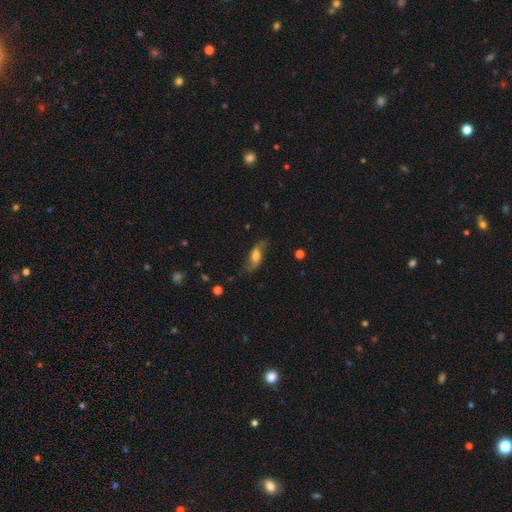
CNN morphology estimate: The model was most divided on "smooth or featured": featured or disk: 58%, smooth: 34%, star or artifact: 8%. More confident: edge-on disk — no (81%); merging — none (72%).